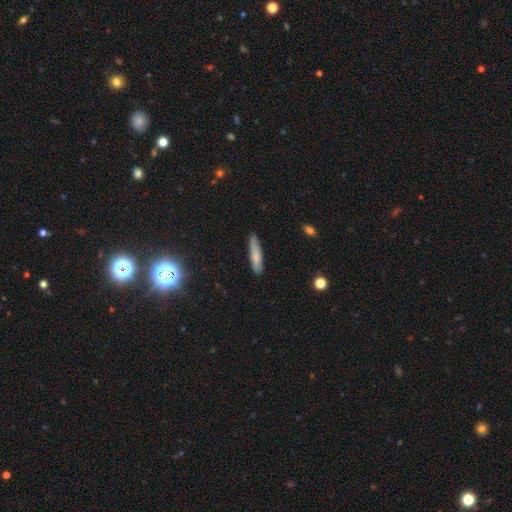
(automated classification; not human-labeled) Morphology: type=smooth (75%); roundness=cigar-shaped (85%); merging=none (84%).